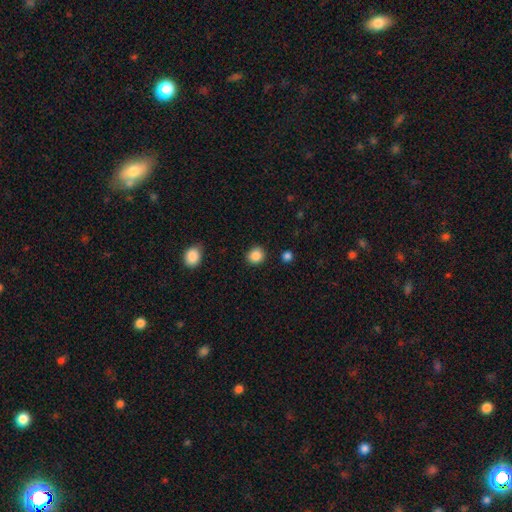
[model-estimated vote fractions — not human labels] The model was most divided on "how rounded": round: 83%, in between: 16%, cigar-shaped: 1%. More confident: merging — none (88%); smooth or featured — smooth (87%).